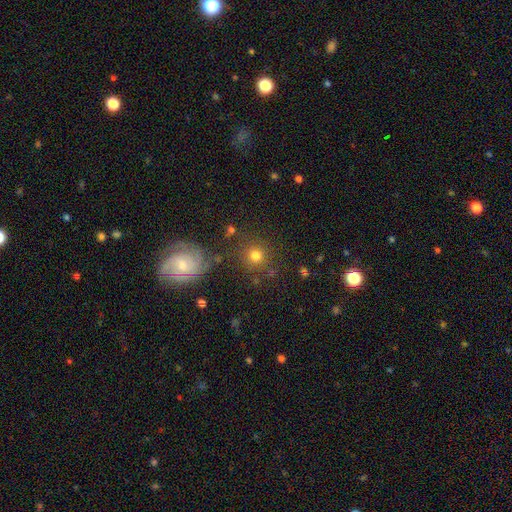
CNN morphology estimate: Smooth or featured?
  - smooth: 74% *
  - star or artifact: 14%
  - featured or disk: 12%
How rounded?
  - round: 91% *
  - in between: 8%
  - cigar-shaped: 1%
Merging?
  - none: 81% *
  - minor disturbance: 9%
  - merger: 5%
  - major disturbance: 5%